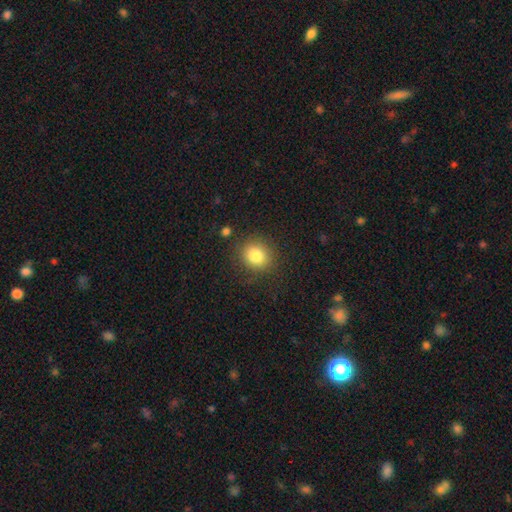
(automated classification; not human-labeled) Overall: smooth (82%). How rounded: round (80%). Merging: none (85%).